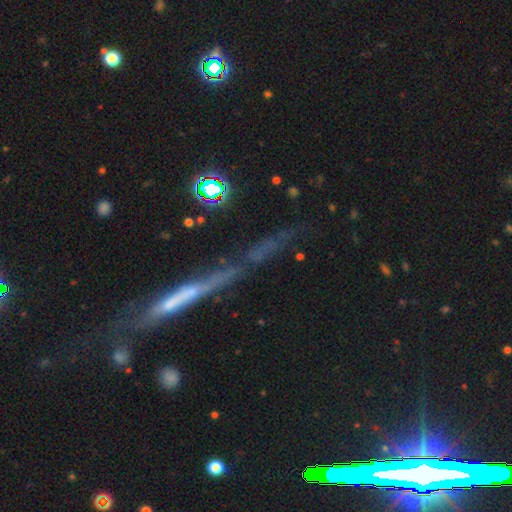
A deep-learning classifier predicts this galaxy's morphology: A featured or disk galaxy (43%). Merging: none (60%).